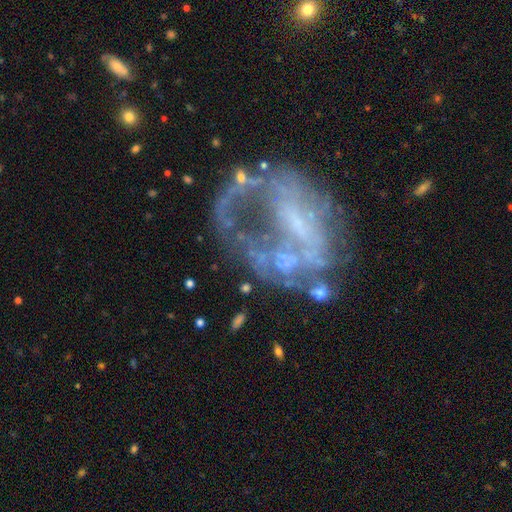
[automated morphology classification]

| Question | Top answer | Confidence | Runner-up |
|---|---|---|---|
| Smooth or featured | featured or disk | 73% | star or artifact (14%) |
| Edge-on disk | no | 97% | yes (3%) |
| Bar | no | 62% | weak (25%) |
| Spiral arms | no | 61% | yes (39%) |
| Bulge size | none | 60% | small (23%) |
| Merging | major disturbance | 40% | none (34%) |